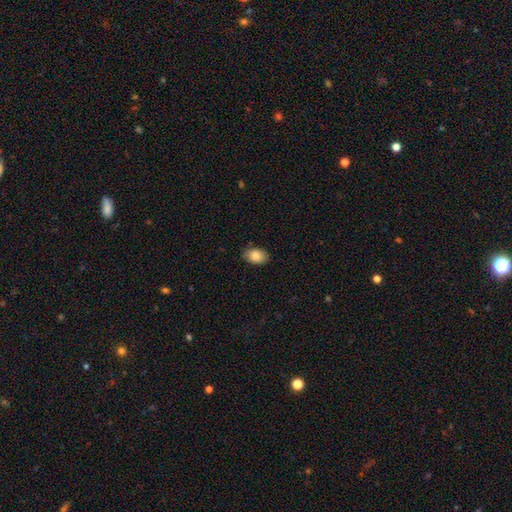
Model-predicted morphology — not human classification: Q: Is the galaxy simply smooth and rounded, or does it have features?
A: smooth — 87%.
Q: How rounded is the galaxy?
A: in between — 84%.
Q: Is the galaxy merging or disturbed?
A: none — 83%.